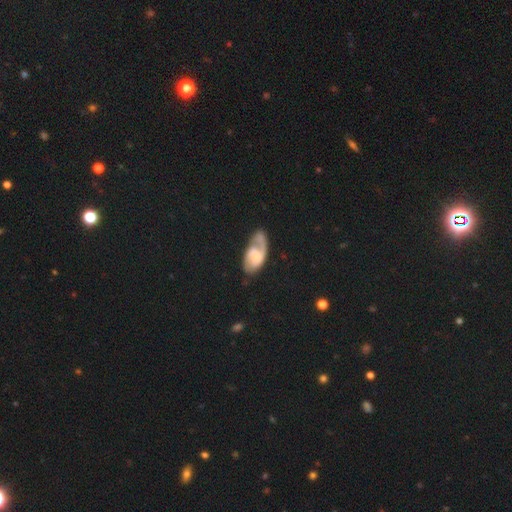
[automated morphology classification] Overall: featured or disk (73%). Edge-on disk: no (96%). Bar: weak (44%, tied with no). Spiral arms: yes (92%). Spiral arm count: 2 (63%; 1 26%). Spiral winding: medium (47%; tight 31%). Bulge size: small (43%; moderate 31%). Merging: none (56%; minor disturbance 25%).